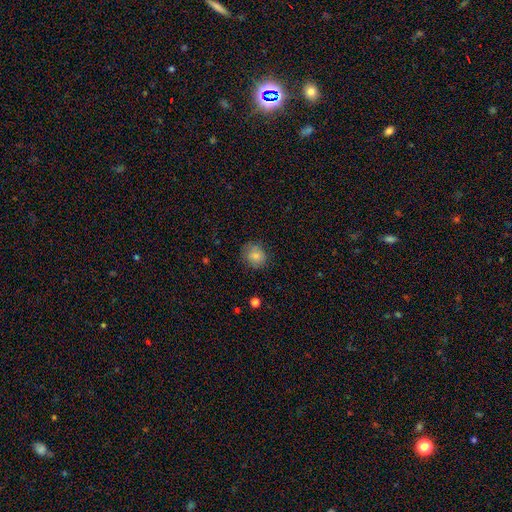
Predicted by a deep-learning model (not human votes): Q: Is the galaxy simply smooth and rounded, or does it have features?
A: smooth — 82%.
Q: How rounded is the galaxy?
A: round — 80%.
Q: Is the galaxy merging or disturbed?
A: none — 79%.